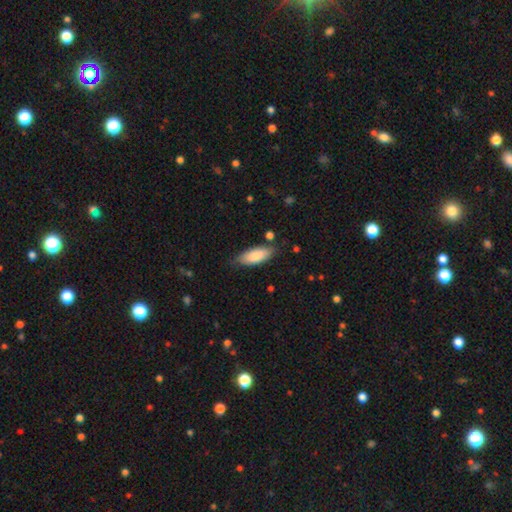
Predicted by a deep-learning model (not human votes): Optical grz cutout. It shows a smooth galaxy with no disk features (84%) that is in between round and cigar-shaped (76%). Merging: none (77%).